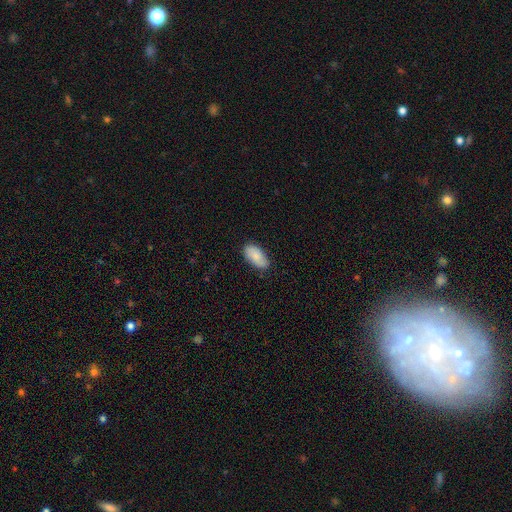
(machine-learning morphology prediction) This is clearly a smooth galaxy (83%). How rounded: clearly in between (94%). Merging: clearly none (83%).